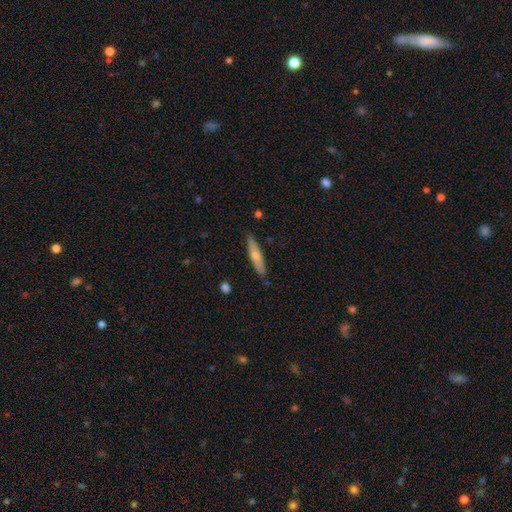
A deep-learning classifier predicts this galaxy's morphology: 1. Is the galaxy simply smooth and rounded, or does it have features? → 59% smooth, 35% featured or disk, 6% star or artifact.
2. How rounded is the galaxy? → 82% cigar-shaped, 16% in between, 2% round.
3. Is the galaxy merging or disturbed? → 85% none, 11% minor disturbance, 2% major disturbance, 2% merger.